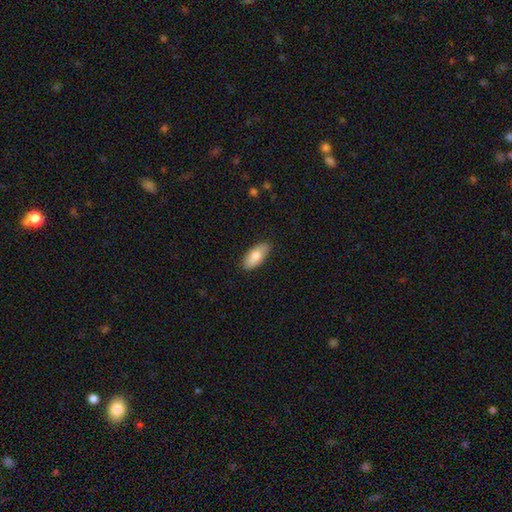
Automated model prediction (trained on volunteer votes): smooth-or-featured: smooth: 78% | featured or disk: 16% | star or artifact: 6%
  how-rounded: in between: 88% | cigar-shaped: 9% | round: 2%
  merging: none: 87% | minor disturbance: 10% | major disturbance: 2% | merger: 1%